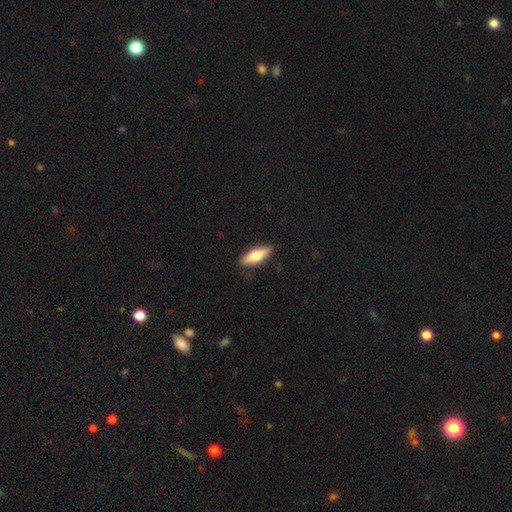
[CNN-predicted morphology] Overall: smooth (63%; featured or disk 31%). How rounded: in between (59%; cigar-shaped 39%). Merging: none (88%).